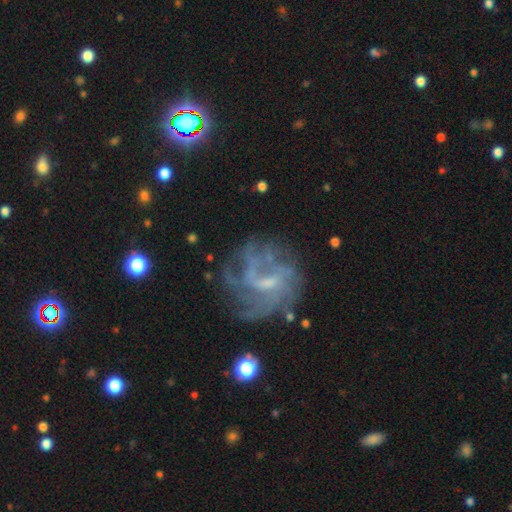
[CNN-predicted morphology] Overall: featured or disk (74%). Edge-on disk: no (97%). Bar: weak (54%; no 31%). Spiral arms: yes (77%). Spiral arm count: can't tell (48%; 3 14%). Spiral winding: medium (40%; tight 31%). Bulge size: small (45%; none 31%). Merging: none (58%; major disturbance 21%).